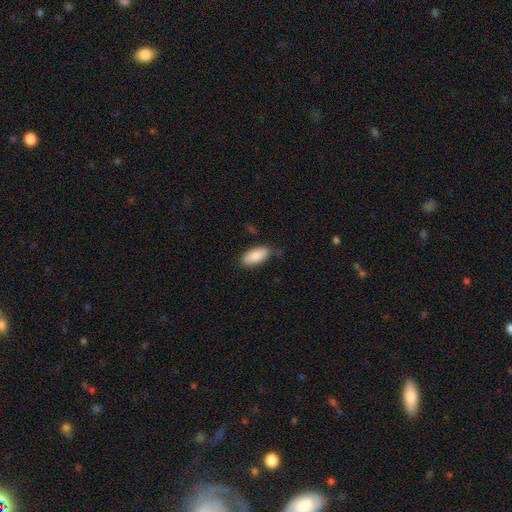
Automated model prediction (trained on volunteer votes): Smooth or featured? smooth (88%)
How rounded? in between (90%)
Merging? none (79%)